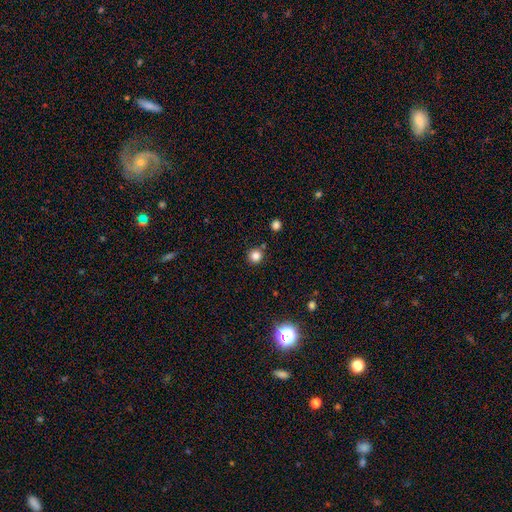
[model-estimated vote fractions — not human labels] Smooth or featured: smooth — 83% (star or artifact — 13%)
How rounded: round — 93% (in between — 6%)
Merging: none — 85% (minor disturbance — 8%)